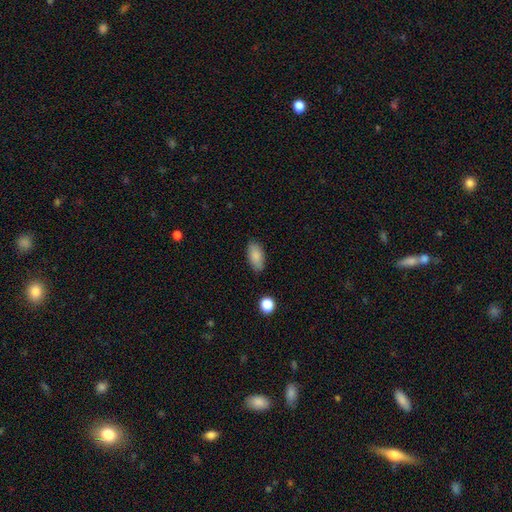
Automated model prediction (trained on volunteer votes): This appears to be a smooth galaxy with no disk features (84%) that is in between round and cigar-shaped (92%). Merging: none (82%).